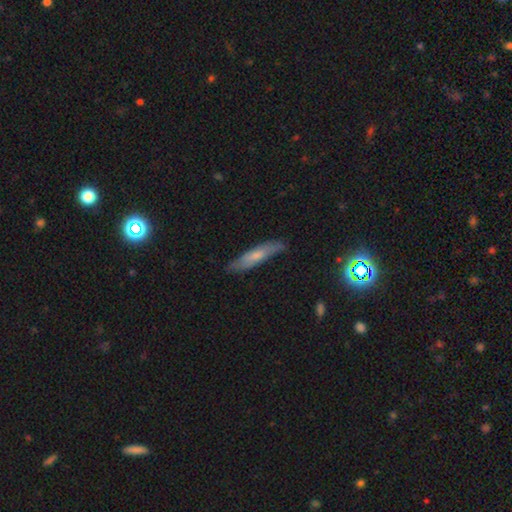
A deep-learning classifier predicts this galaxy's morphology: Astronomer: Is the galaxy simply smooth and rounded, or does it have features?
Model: smooth — 55% (runner-up: featured or disk, 37%).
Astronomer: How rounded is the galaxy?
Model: cigar-shaped — 83%.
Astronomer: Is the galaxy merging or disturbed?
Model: none — 80%.